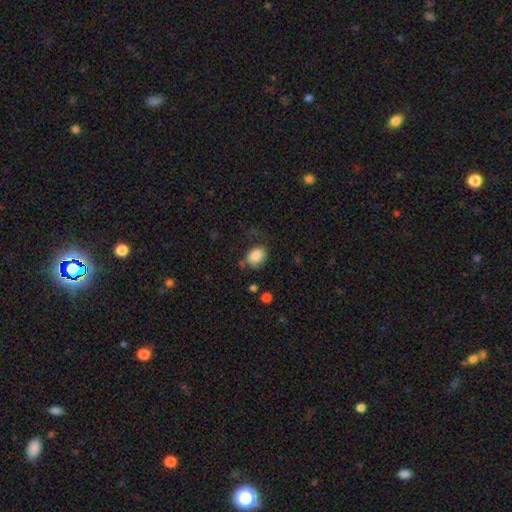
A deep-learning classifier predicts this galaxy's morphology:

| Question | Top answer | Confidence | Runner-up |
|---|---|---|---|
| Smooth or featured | smooth | 85% | star or artifact (8%) |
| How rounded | in between | 57% | round (42%) |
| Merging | none | 59% | minor disturbance (25%) |